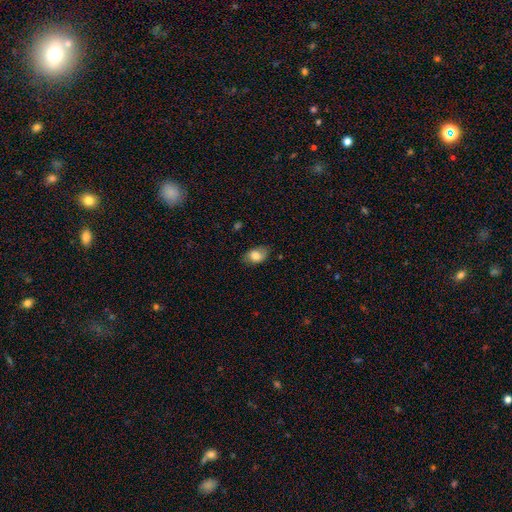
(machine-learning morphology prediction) Smooth or featured?
  - smooth: 76% *
  - featured or disk: 16%
  - star or artifact: 8%
How rounded?
  - in between: 86% *
  - round: 12%
  - cigar-shaped: 2%
Merging?
  - none: 75% *
  - minor disturbance: 19%
  - major disturbance: 4%
  - merger: 1%